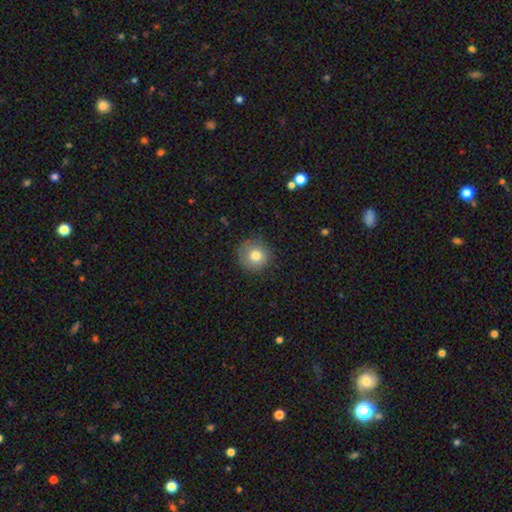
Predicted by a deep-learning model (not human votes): Overall: smooth (79%). How rounded: round (93%). Merging: none (83%).